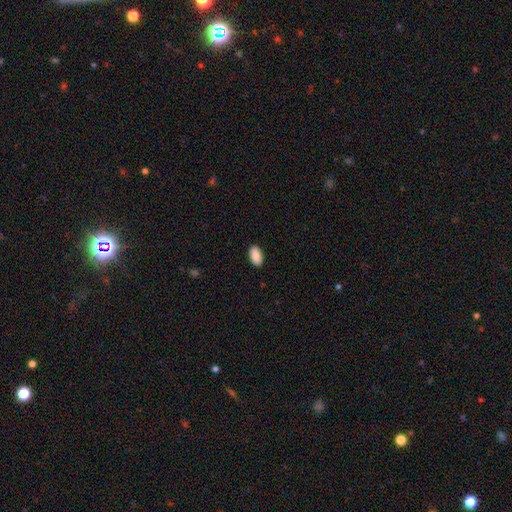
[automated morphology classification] Smooth or featured? smooth (90%)
How rounded? in between (94%)
Merging? none (90%)